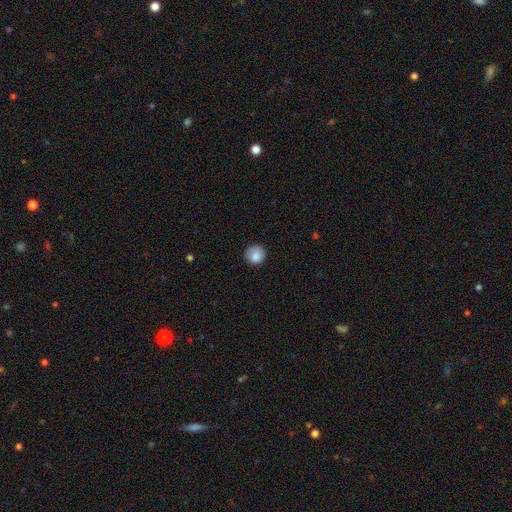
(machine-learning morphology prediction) smooth-or-featured: smooth: 86% | star or artifact: 9% | featured or disk: 5%
  how-rounded: round: 93% | in between: 6% | cigar-shaped: 1%
  merging: none: 84% | minor disturbance: 12% | major disturbance: 3% | merger: 1%